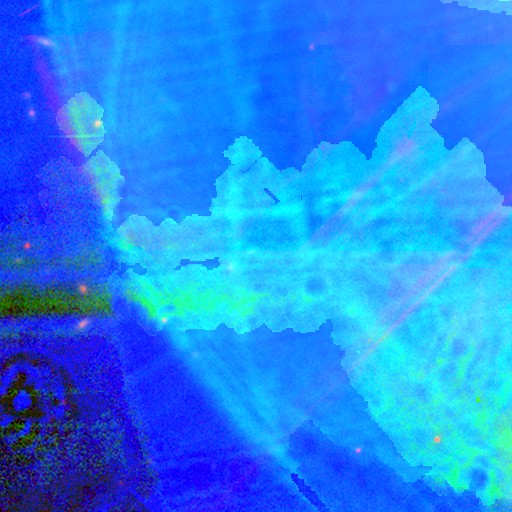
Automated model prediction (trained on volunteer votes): This appears to be a star or artifact, not a galaxy (83%).